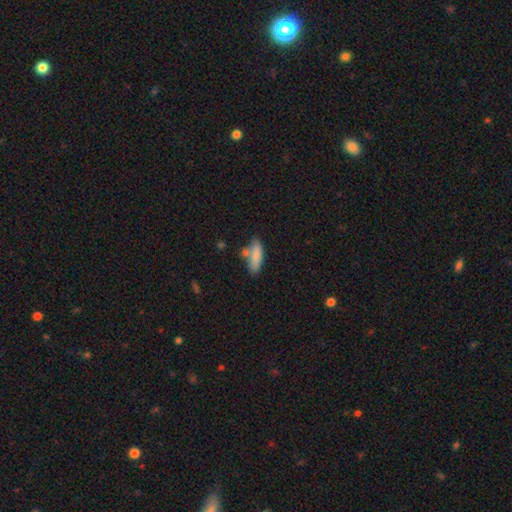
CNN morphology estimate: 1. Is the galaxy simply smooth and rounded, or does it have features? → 82% smooth, 12% featured or disk, 7% star or artifact.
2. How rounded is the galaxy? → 51% cigar-shaped, 46% in between, 2% round.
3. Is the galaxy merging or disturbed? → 65% none, 16% minor disturbance, 14% merger, 4% major disturbance.